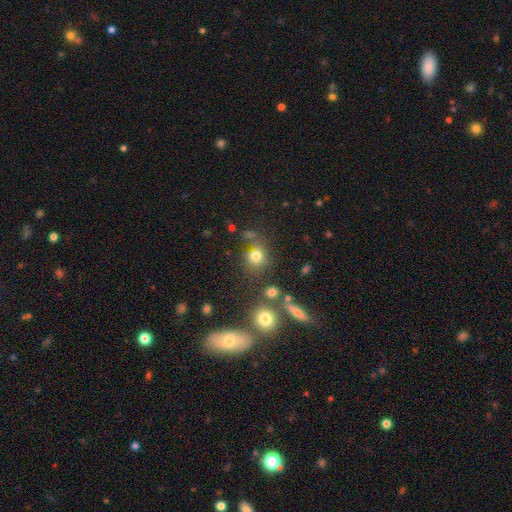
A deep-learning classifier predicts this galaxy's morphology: A smooth galaxy with no disk features (73%) that is round (82%).

Vote fractions:
- Smooth or featured? smooth: 73% / star or artifact: 18% / featured or disk: 9%
- How rounded? round: 82% / in between: 17% / cigar-shaped: 1%
- Merging? none: 62% / merger: 15% / minor disturbance: 14% / major disturbance: 8%